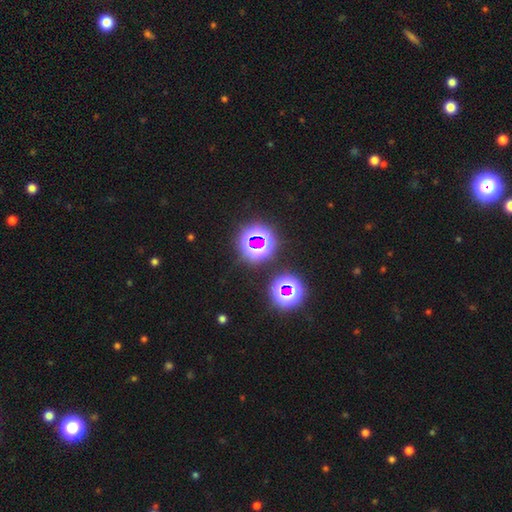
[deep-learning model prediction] Morphology: type=star or artifact (78%).